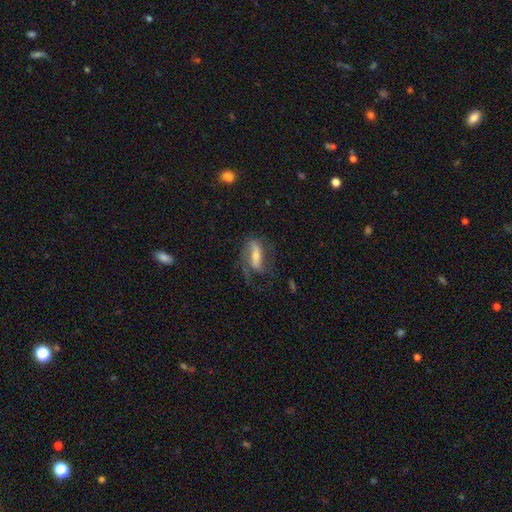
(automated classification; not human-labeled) A featured or disk galaxy (63%) with a strong bar (50%), spiral arms (82%) and a moderate central bulge (45%).

Vote fractions:
- Smooth or featured? featured or disk: 63% / smooth: 29% / star or artifact: 7%
- Edge-on disk? no: 83% / yes: 17%
- Bar? strong: 50% / weak: 29% / no: 21%
- Spiral arms? yes: 82% / no: 18%
- Bulge size? moderate: 45% / small: 37% / large: 11% / none: 5% / dominant: 2%
- Merging? none: 48% / major disturbance: 29% / minor disturbance: 21% / merger: 2%